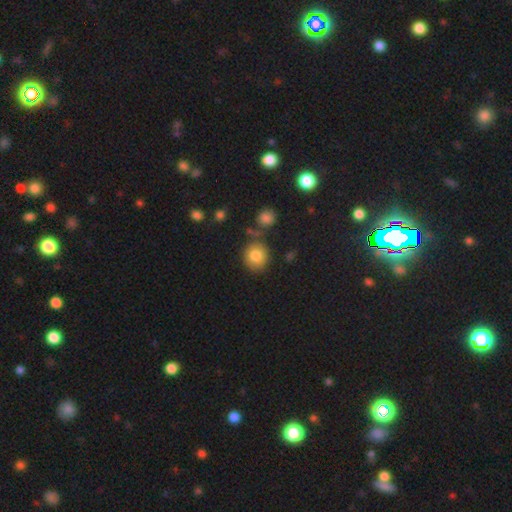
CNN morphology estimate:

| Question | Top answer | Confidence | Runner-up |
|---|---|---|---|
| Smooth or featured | smooth | 82% | star or artifact (9%) |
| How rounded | round | 78% | in between (21%) |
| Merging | none | 73% | minor disturbance (14%) |